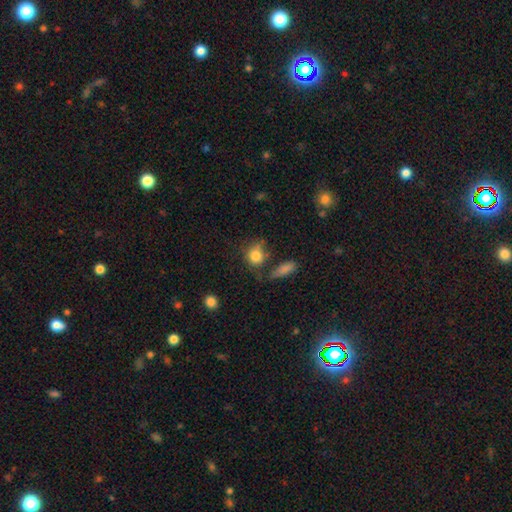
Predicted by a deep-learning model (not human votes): Q: Smooth or featured?
A: smooth (81%); runner-up: star or artifact (10%)
Q: How rounded?
A: round (72%); runner-up: in between (26%)
Q: Merging?
A: none (55%); runner-up: minor disturbance (21%)